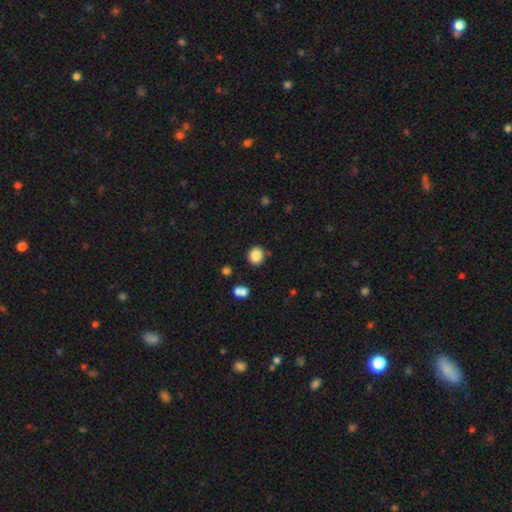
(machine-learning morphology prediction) Smooth or featured? smooth (86%)
How rounded? round (83%)
Merging? none (85%)